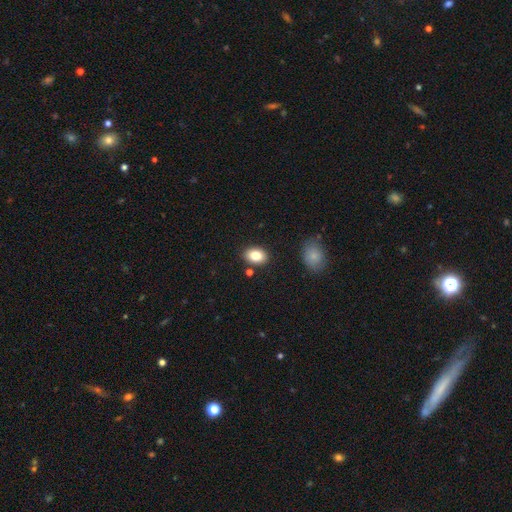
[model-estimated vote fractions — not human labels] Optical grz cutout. It shows a smooth galaxy with no disk features (84%) that is in between round and cigar-shaped (77%). Merging: none (84%).